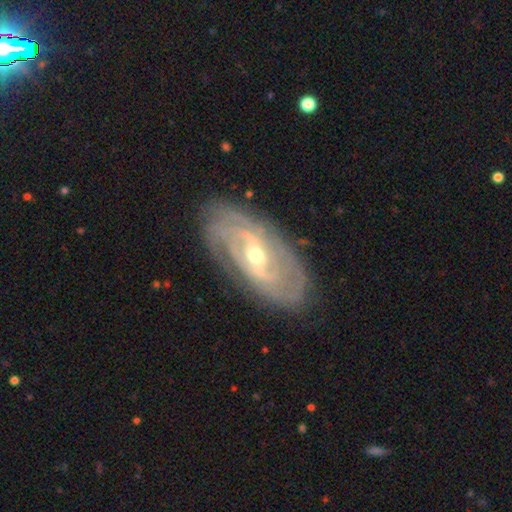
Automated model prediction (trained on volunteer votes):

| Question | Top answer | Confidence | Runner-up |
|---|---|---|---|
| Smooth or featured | featured or disk | 87% | smooth (8%) |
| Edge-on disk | no | 92% | yes (8%) |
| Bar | weak | 41% | no (32%) |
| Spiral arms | yes | 93% | no (7%) |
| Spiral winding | tight | 69% | medium (24%) |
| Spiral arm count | can't tell | 33% | 2 (32%) |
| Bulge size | moderate | 55% | small (41%) |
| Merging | none | 81% | minor disturbance (13%) |